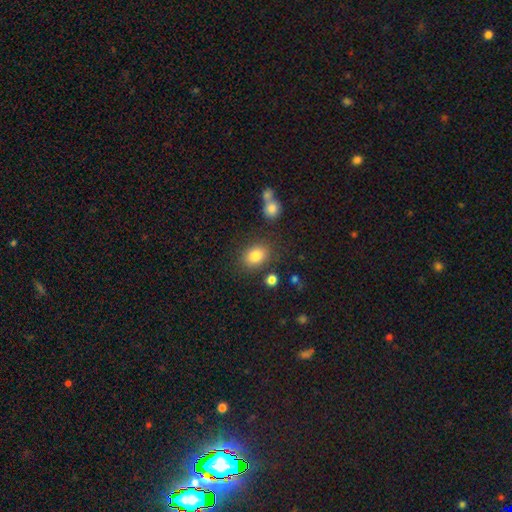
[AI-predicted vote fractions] smooth 83%, star or artifact 10%, featured or disk 7%. Down the decision tree: how rounded — in between (61%); merging — none (79%).